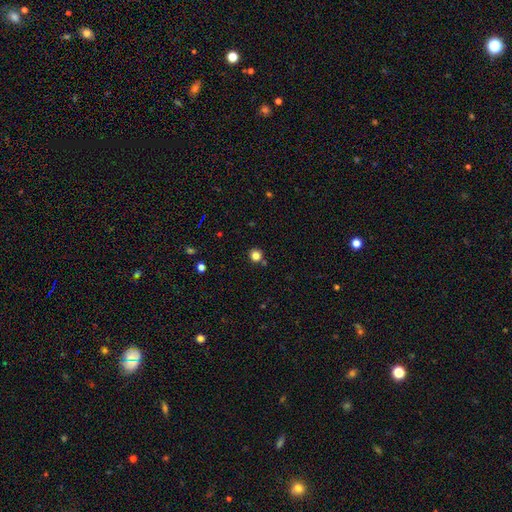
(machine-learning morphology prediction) smooth-or-featured: smooth: 81% | star or artifact: 14% | featured or disk: 6%
  how-rounded: round: 93% | in between: 6% | cigar-shaped: 1%
  merging: none: 84% | minor disturbance: 7% | merger: 6% | major disturbance: 2%